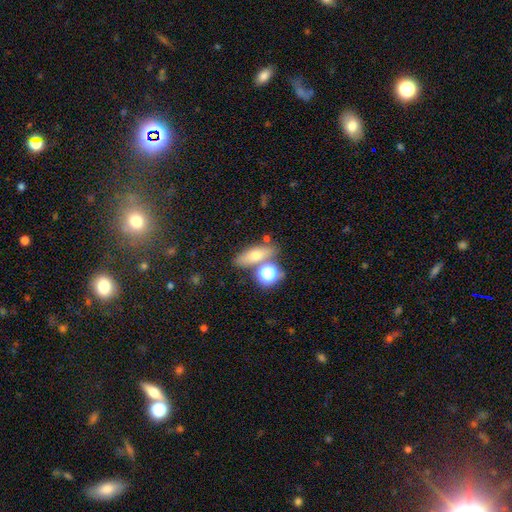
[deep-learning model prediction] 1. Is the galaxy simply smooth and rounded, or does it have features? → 64% smooth, 22% featured or disk, 15% star or artifact.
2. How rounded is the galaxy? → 53% in between, 31% cigar-shaped, 16% round.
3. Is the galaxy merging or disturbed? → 68% none, 17% merger, 11% minor disturbance, 4% major disturbance.